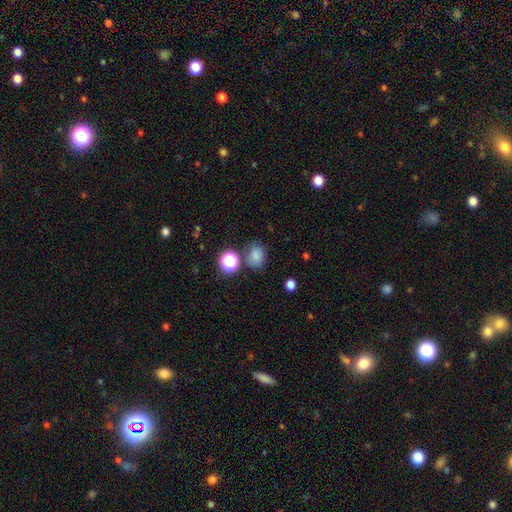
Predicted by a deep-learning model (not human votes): Morphology: type=smooth (78%); roundness=round (50%); merging=none (71%).